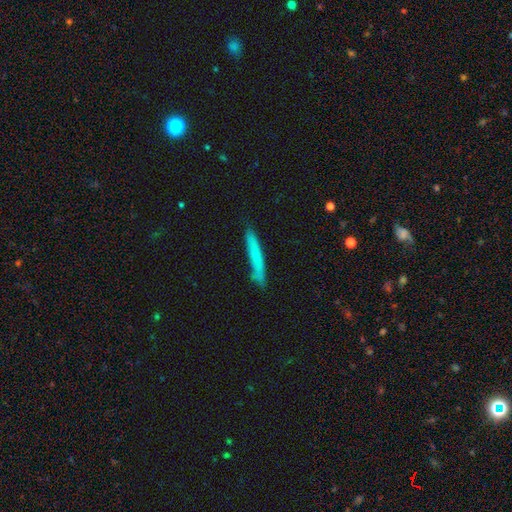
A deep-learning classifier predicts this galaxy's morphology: A smooth galaxy with no disk features (65%) that is cigar-shaped (95%).

Vote fractions:
- Smooth or featured? smooth: 65% / featured or disk: 29% / star or artifact: 6%
- How rounded? cigar-shaped: 95% / in between: 4% / round: 1%
- Merging? none: 79% / minor disturbance: 16% / major disturbance: 3% / merger: 2%